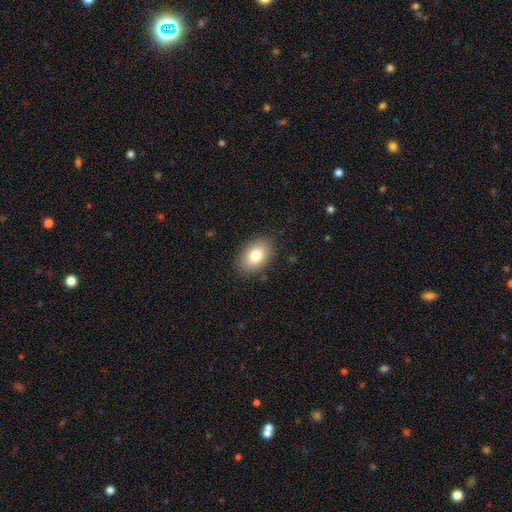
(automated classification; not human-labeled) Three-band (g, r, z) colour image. It shows a smooth galaxy with no disk features (80%) that is in between round and cigar-shaped (86%). Merging: none (86%).